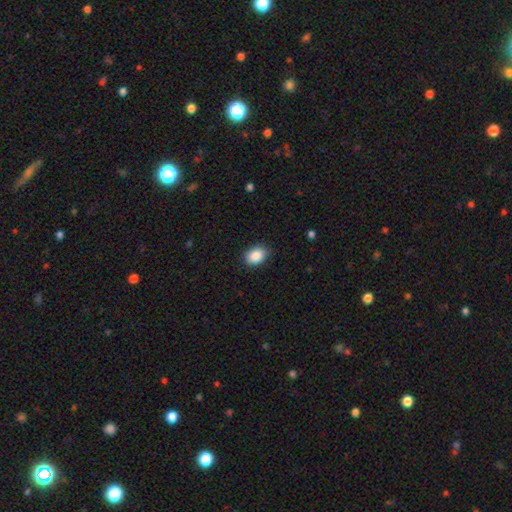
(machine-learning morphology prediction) type=smooth (88%); roundness=in between (74%); merging=none (84%).